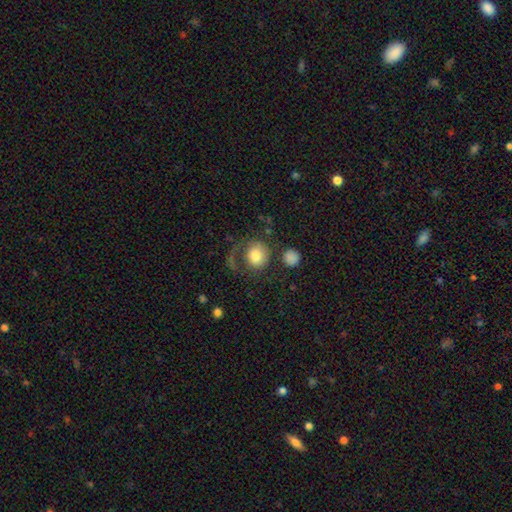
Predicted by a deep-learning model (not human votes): A smooth galaxy with no disk features (75%) that is round (78%). Merging: none (41%).